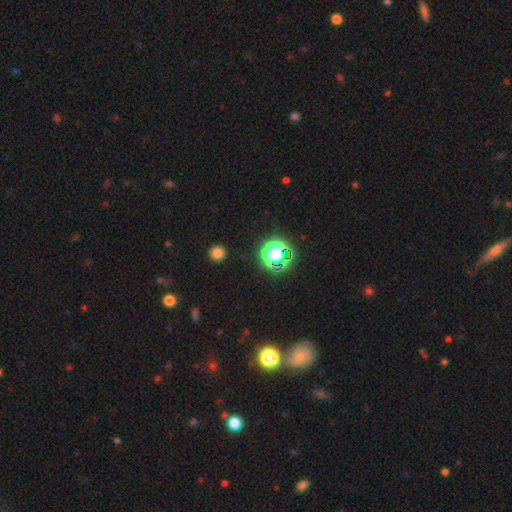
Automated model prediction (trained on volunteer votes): Smooth or featured?
  - star or artifact: 72% *
  - smooth: 20%
  - featured or disk: 8%